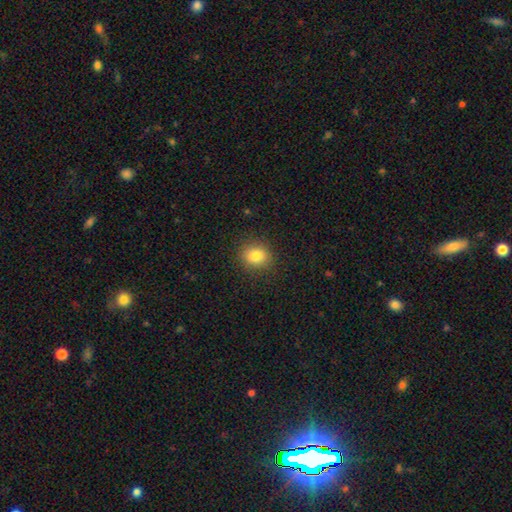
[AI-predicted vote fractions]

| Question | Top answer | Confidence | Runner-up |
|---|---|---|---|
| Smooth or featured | smooth | 83% | star or artifact (11%) |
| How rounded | round | 70% | in between (29%) |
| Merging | none | 89% | minor disturbance (8%) |